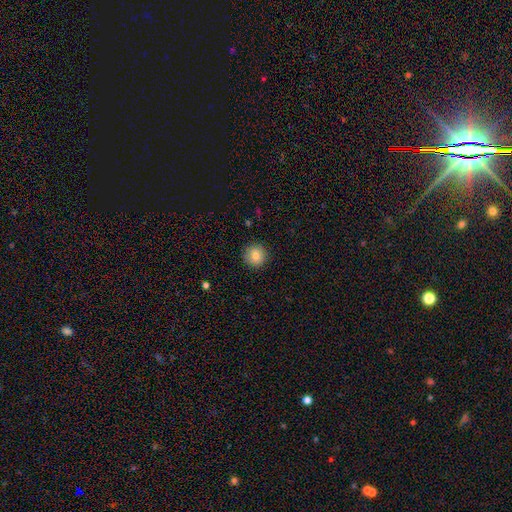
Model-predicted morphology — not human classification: Smooth or featured? smooth (84%)
How rounded? round (92%)
Merging? none (90%)